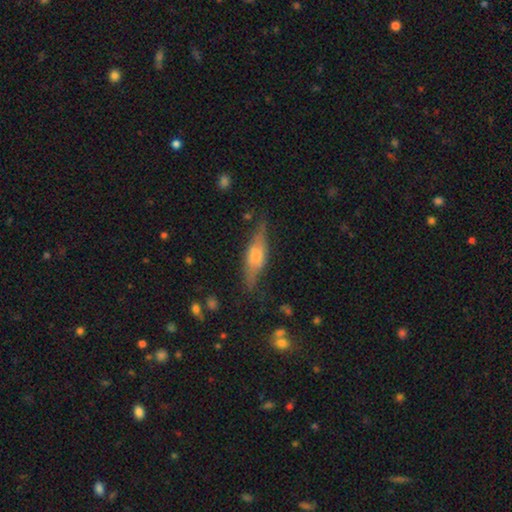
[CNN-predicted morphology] The model was most divided on "smooth or featured": featured or disk: 52%, smooth: 41%, star or artifact: 8%. More confident: edge-on disk — yes (89%); merging — none (75%).